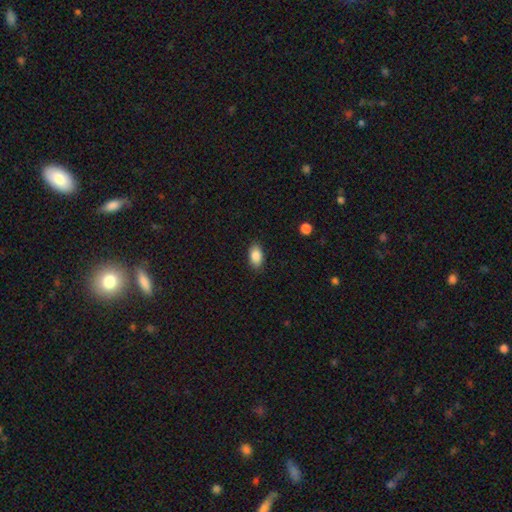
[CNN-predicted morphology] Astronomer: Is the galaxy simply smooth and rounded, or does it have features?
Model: smooth — 88%.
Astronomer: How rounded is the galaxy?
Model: in between — 92%.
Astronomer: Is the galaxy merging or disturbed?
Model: none — 87%.